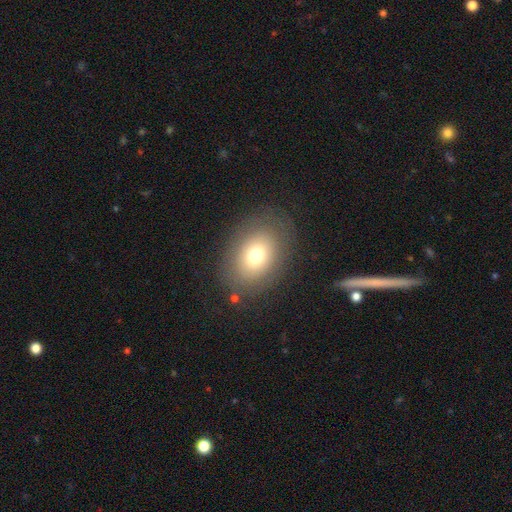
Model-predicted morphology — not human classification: A smooth galaxy with no disk features (71%) that is in between round and cigar-shaped (71%). Merging: none (81%).